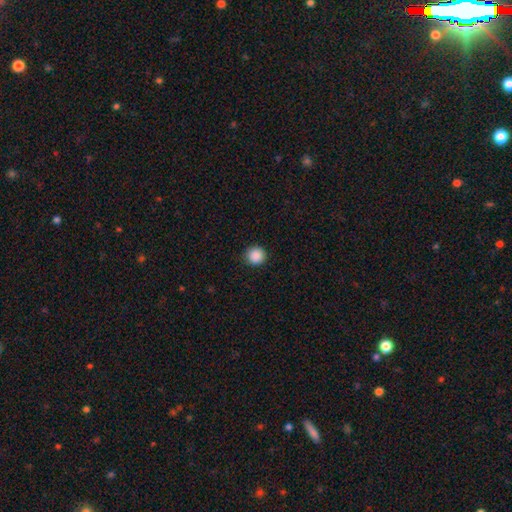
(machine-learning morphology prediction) Smooth or featured?
  - smooth: 88% *
  - star or artifact: 9%
  - featured or disk: 2%
How rounded?
  - round: 95% *
  - in between: 4%
  - cigar-shaped: 1%
Merging?
  - none: 91% *
  - minor disturbance: 6%
  - major disturbance: 2%
  - merger: 1%